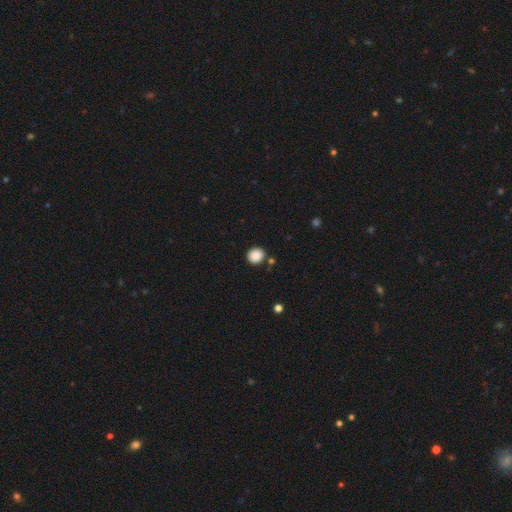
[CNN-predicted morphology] This appears to be a smooth galaxy with no disk features (88%) that is round (82%). Merging: none (84%).